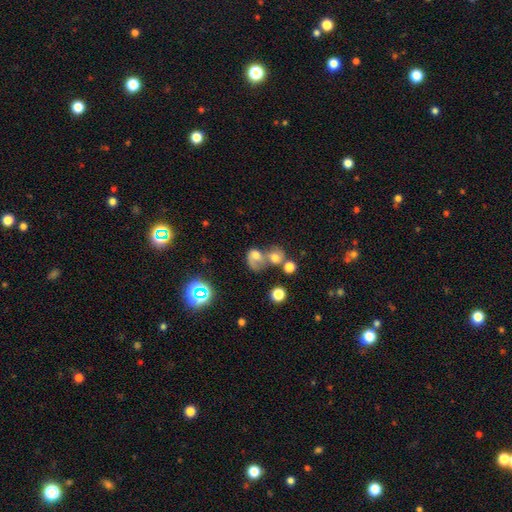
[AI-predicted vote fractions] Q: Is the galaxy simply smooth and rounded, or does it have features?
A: smooth — 52%.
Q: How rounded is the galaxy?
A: round — 57%.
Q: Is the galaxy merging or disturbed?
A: merger — 63%.